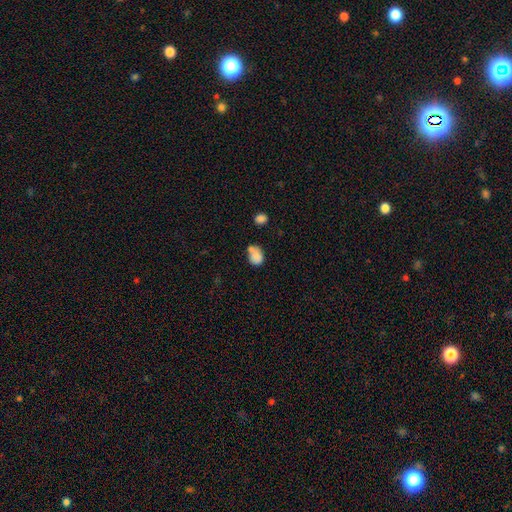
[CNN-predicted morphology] This is clearly a smooth galaxy (81%). How rounded: likely in between (67%). Merging: marginally none (43%).